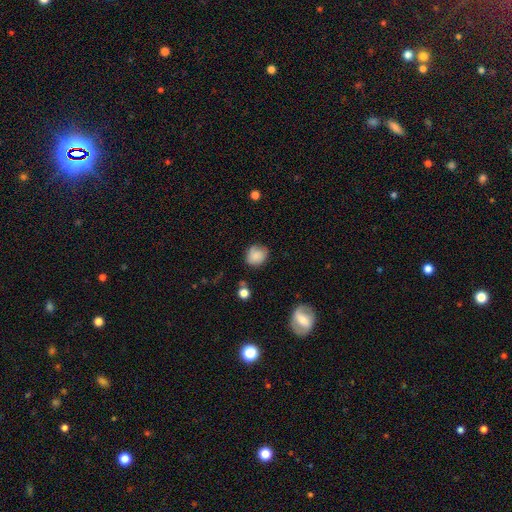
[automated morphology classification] smooth-or-featured: smooth: 83% | star or artifact: 8% | featured or disk: 8%
  how-rounded: round: 77% | in between: 22% | cigar-shaped: 1%
  merging: none: 72% | minor disturbance: 21% | major disturbance: 5% | merger: 2%